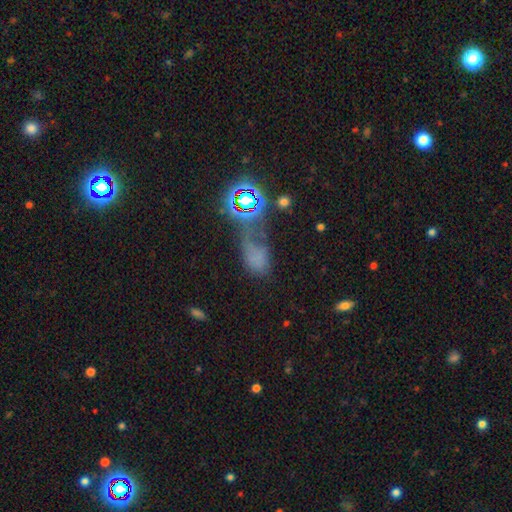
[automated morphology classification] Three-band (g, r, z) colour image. It shows a smooth galaxy with no disk features (45%). Merging: major disturbance (34%).